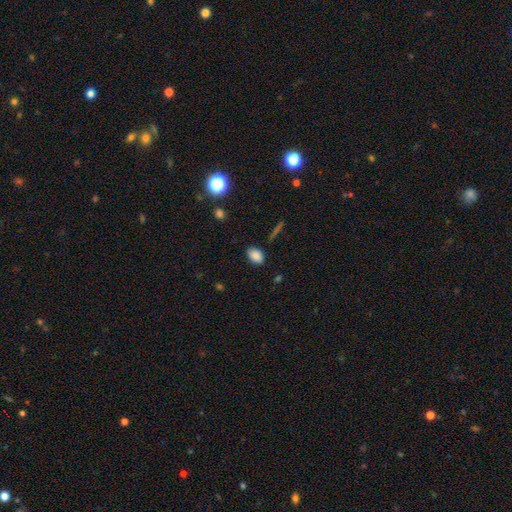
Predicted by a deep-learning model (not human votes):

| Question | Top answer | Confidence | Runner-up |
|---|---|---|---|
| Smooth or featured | smooth | 85% | star or artifact (10%) |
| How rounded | in between | 82% | round (17%) |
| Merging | none | 84% | minor disturbance (12%) |